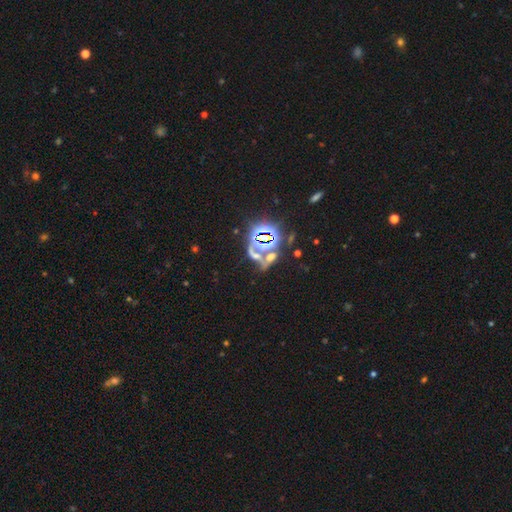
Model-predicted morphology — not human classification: Smooth or featured? star or artifact (52%)